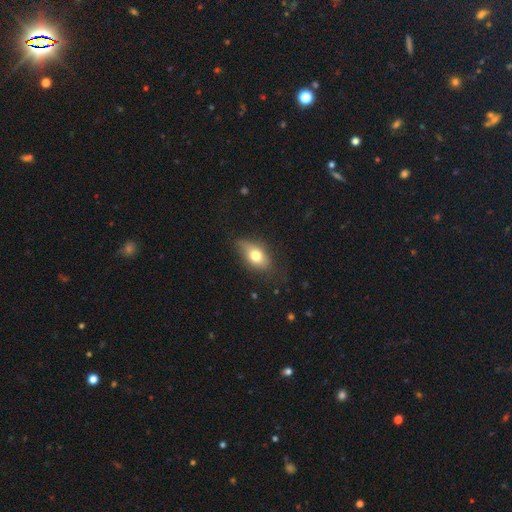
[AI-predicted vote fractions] Smooth or featured: smooth — 72% (featured or disk — 19%)
How rounded: in between — 84% (round — 12%)
Merging: none — 60% (minor disturbance — 30%)